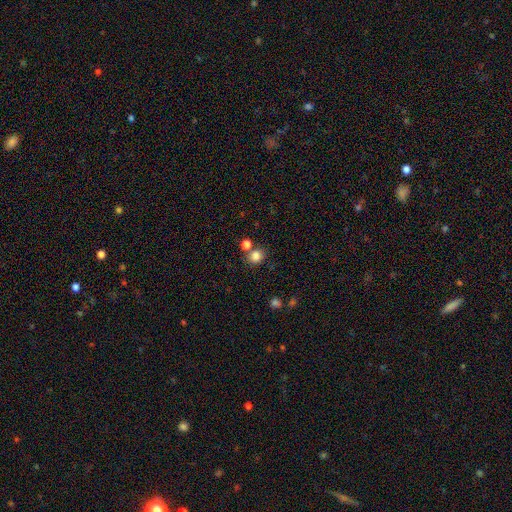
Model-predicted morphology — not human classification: This is clearly a smooth galaxy (82%). How rounded: clearly round (80%). Merging: likely none (69%).